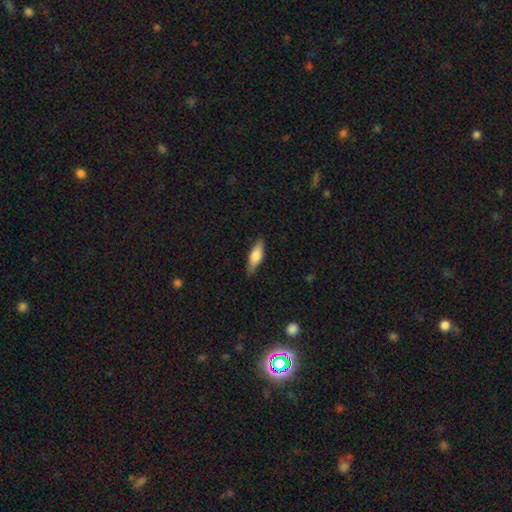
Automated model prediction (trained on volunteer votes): smooth 68%, featured or disk 26%, star or artifact 6%. Down the decision tree: how rounded — in between (58%); merging — none (83%).